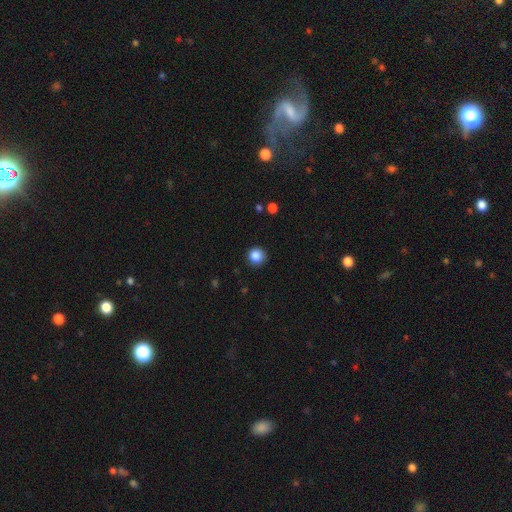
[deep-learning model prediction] Morphology: type=smooth (87%); roundness=round (94%); merging=none (89%).